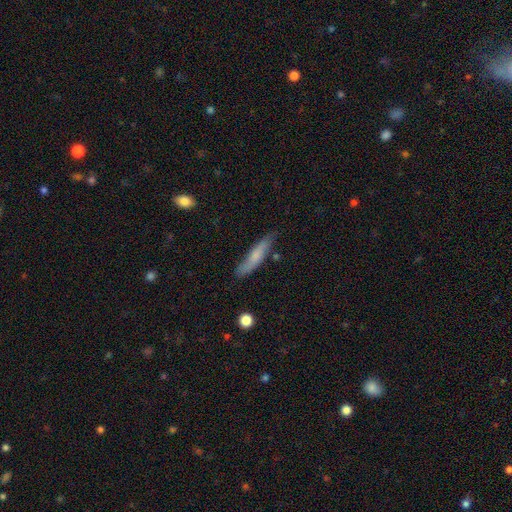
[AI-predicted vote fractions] The model was most divided on "smooth or featured": smooth: 64%, featured or disk: 30%, star or artifact: 6%. More confident: how rounded — cigar-shaped (84%); merging — none (74%).